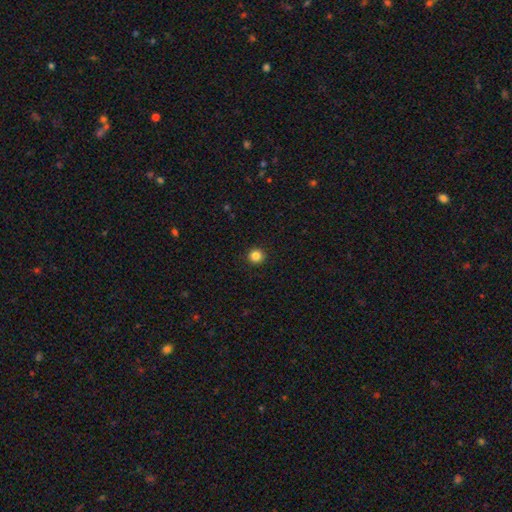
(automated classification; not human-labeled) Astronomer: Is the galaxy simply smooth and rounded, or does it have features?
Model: smooth — 84%.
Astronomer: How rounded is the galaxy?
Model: round — 94%.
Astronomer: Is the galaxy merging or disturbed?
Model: none — 93%.